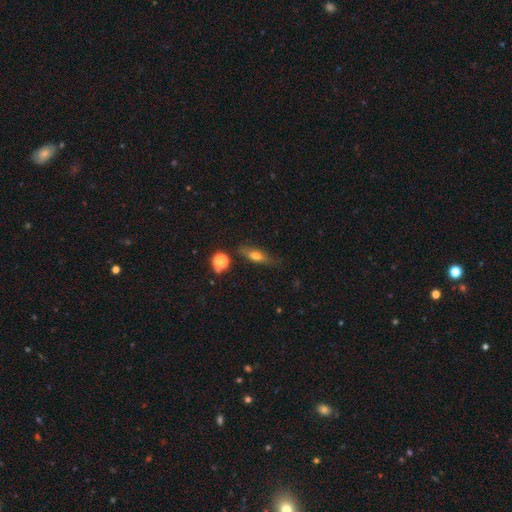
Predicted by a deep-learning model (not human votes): The model was most divided on "how rounded": in between: 47%, cigar-shaped: 46%, round: 7%. More confident: merging — none (75%); smooth or featured — smooth (60%).